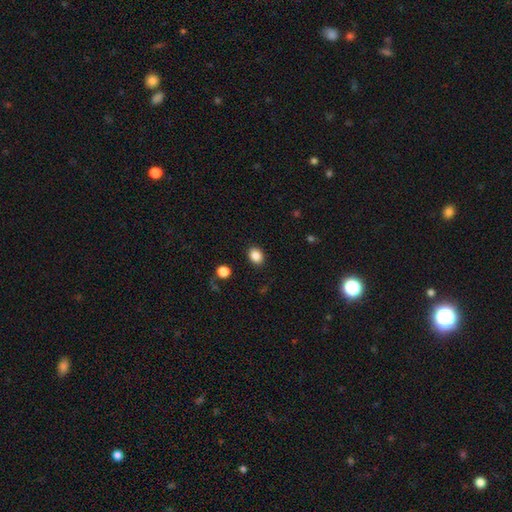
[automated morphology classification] Smooth or featured? Predicted: smooth (p=0.86). How rounded? Predicted: in between (p=0.55). Merging? Predicted: none (p=0.89).